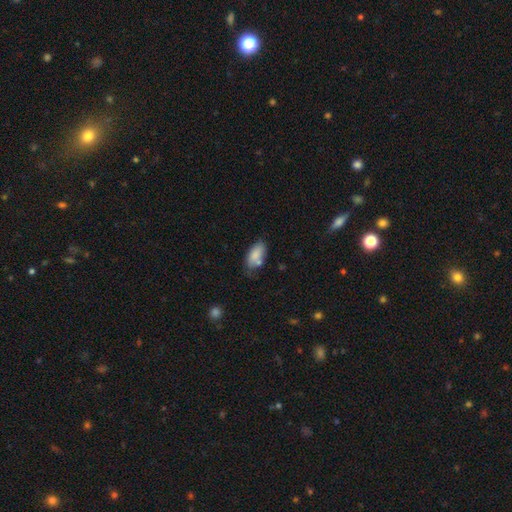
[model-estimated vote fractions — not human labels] Smooth or featured? Predicted: smooth (p=0.84). How rounded? Predicted: in between (p=0.91). Merging? Predicted: none (p=0.57).